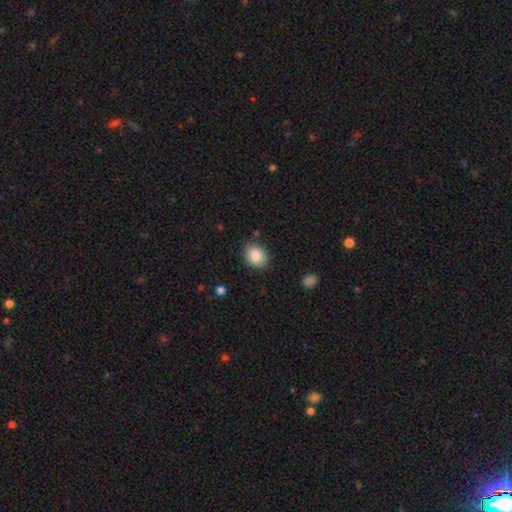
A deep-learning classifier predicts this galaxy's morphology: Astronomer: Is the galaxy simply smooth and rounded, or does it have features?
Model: smooth — 88%.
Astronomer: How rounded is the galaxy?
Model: in between — 59% (runner-up: round, 40%).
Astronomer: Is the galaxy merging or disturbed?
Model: none — 84%.